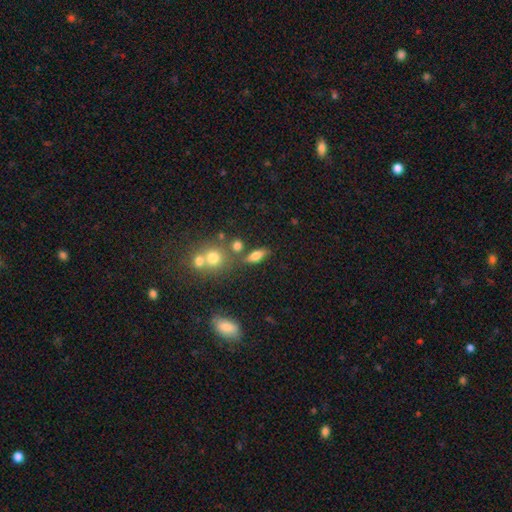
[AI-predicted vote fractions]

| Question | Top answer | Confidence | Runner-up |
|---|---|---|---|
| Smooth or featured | smooth | 67% | featured or disk (22%) |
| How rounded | in between | 69% | cigar-shaped (22%) |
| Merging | none | 67% | minor disturbance (15%) |